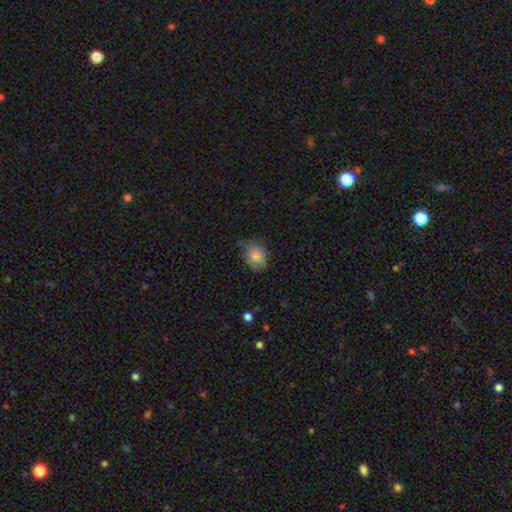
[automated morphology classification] Q: Smooth or featured?
A: smooth (82%); runner-up: featured or disk (10%)
Q: How rounded?
A: in between (57%); runner-up: round (42%)
Q: Merging?
A: none (68%); runner-up: minor disturbance (26%)